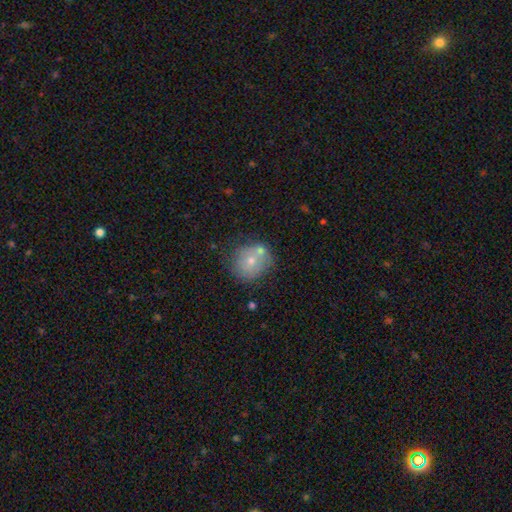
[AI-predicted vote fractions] smooth 58%, featured or disk 31%, star or artifact 10%. Down the decision tree: how rounded — round (79%); merging — none (55%).